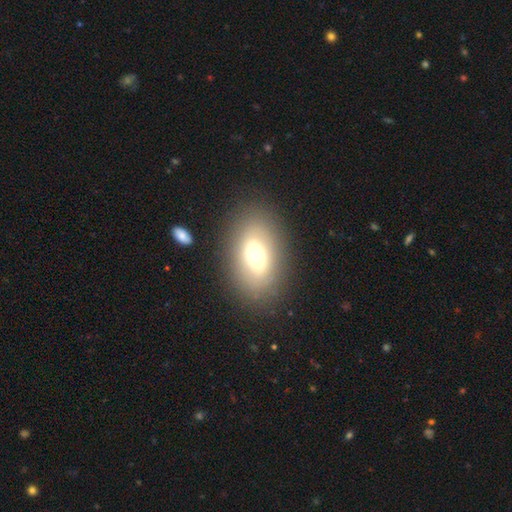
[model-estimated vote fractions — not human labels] Smooth or featured? Predicted: smooth (p=0.55). How rounded? Predicted: in between (p=0.85). Merging? Predicted: none (p=0.81).